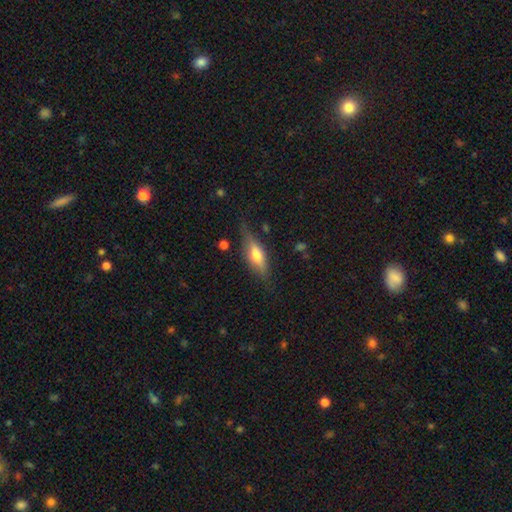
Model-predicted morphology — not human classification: This appears to be a featured or disk galaxy (50%). Merging: none (74%).